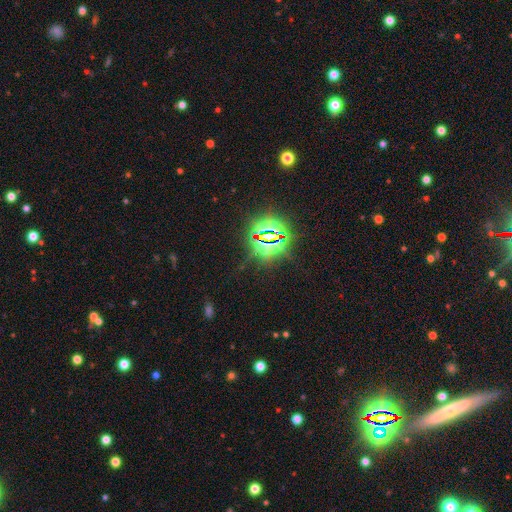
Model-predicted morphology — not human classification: A star or artifact, not a galaxy (84%).